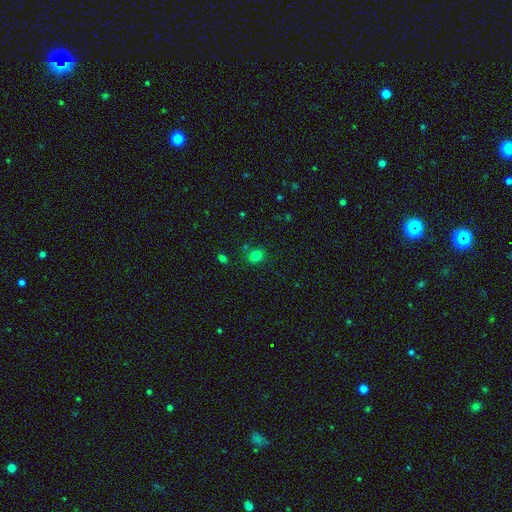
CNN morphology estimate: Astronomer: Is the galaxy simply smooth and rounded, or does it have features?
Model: smooth — 79%.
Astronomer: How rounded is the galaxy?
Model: round — 61% (runner-up: in between, 38%).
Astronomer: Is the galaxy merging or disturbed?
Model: none — 79%.